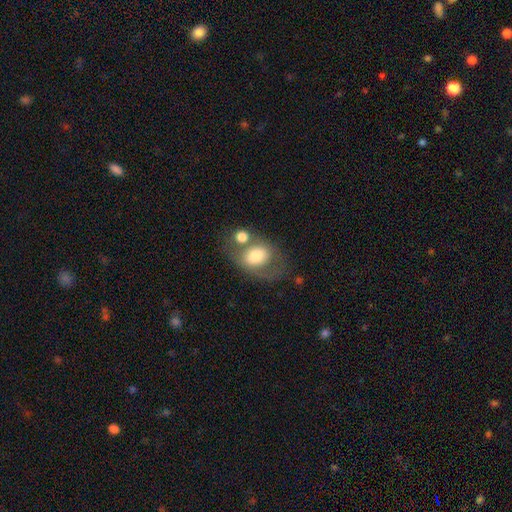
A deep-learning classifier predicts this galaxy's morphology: This is likely a smooth galaxy (61%). How rounded: likely in between (64%). Merging: marginally none (37%).